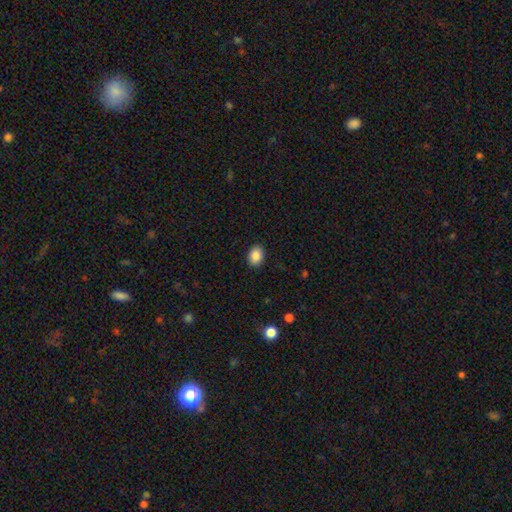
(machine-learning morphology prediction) Overall: smooth (87%). How rounded: in between (66%; round 33%). Merging: none (90%).